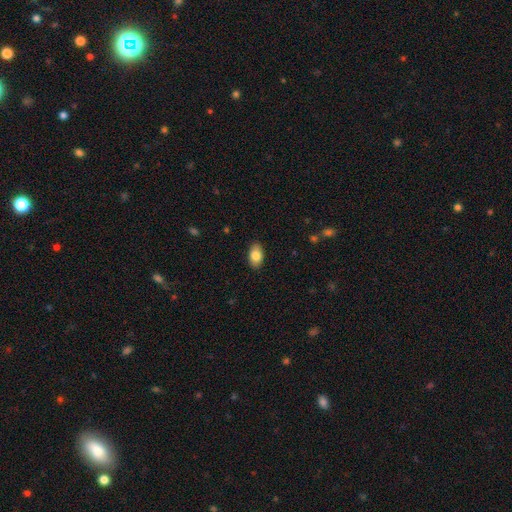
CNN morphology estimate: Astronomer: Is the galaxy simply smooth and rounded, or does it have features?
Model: smooth — 84%.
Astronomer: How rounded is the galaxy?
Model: in between — 92%.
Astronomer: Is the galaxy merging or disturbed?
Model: none — 88%.